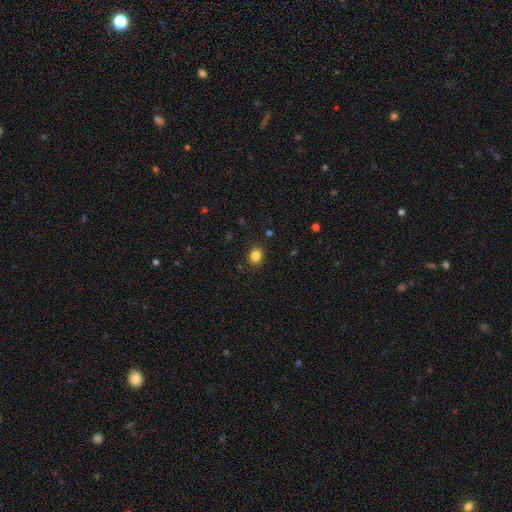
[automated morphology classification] Smooth or featured? Predicted: smooth (p=0.83). How rounded? Predicted: round (p=0.69). Merging? Predicted: none (p=0.89).